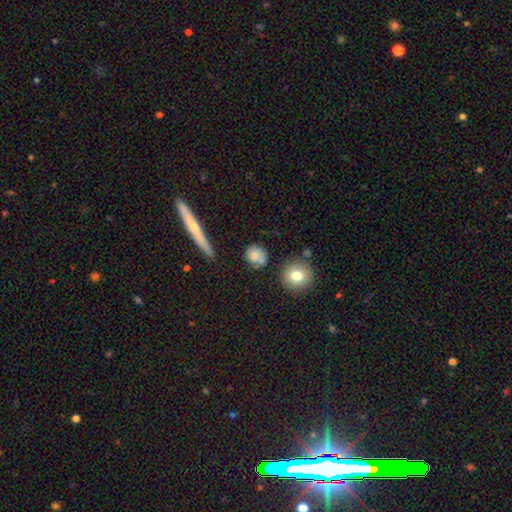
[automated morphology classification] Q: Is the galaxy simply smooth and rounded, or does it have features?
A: smooth — 75%.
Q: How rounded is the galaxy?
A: round — 77%.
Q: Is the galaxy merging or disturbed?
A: none — 67%.